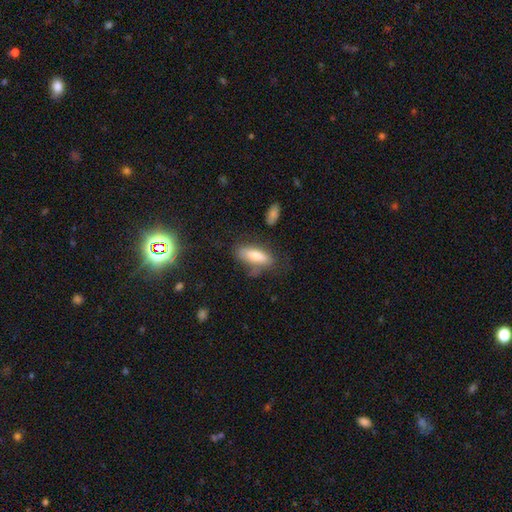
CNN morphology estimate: Smooth or featured: smooth — 72% (featured or disk — 21%)
How rounded: in between — 64% (cigar-shaped — 34%)
Merging: none — 59% (minor disturbance — 25%)